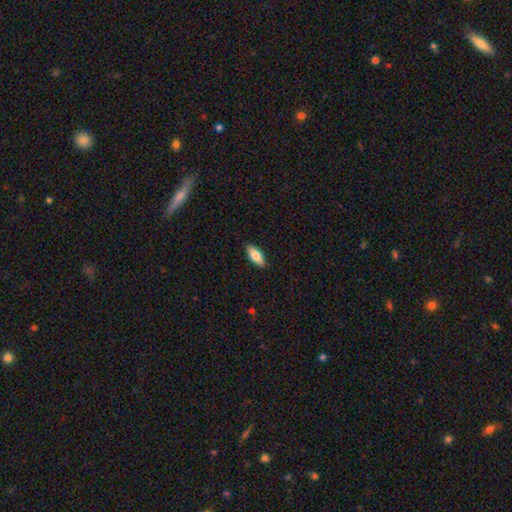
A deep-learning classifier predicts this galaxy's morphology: This is likely a smooth galaxy (77%). How rounded: likely in between (78%). Merging: clearly none (89%).